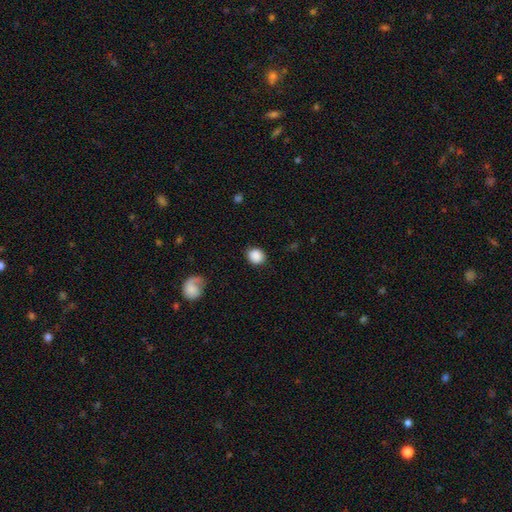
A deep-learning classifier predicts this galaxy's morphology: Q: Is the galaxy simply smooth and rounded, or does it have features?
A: smooth — 87%.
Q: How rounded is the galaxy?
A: round — 72%.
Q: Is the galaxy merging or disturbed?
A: none — 84%.